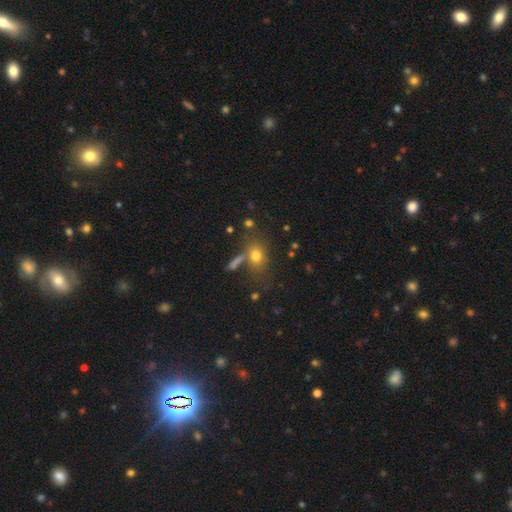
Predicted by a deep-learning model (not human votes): A smooth galaxy with no disk features (73%) that is in between round and cigar-shaped (60%).

Vote fractions:
- Smooth or featured? smooth: 73% / featured or disk: 13% / star or artifact: 13%
- How rounded? in between: 60% / round: 36% / cigar-shaped: 4%
- Merging? none: 60% / minor disturbance: 15% / merger: 15% / major disturbance: 10%